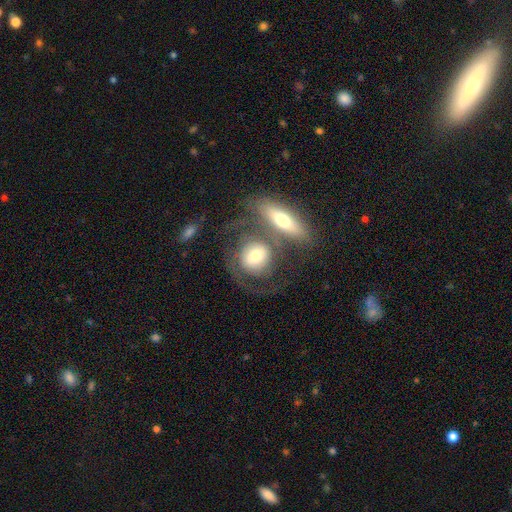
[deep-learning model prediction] featured or disk 49%, smooth 45%, star or artifact 6%. Down the decision tree: merging — merger (41%).